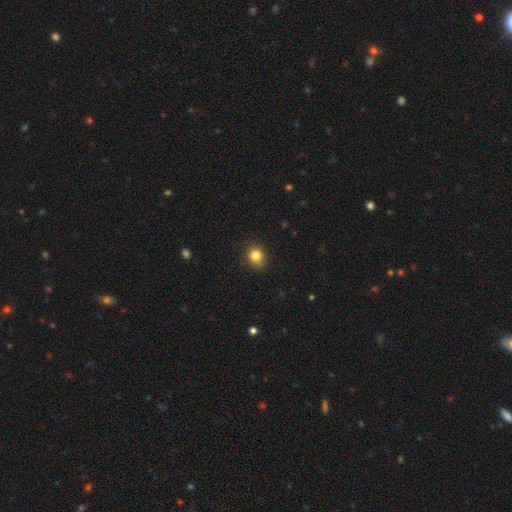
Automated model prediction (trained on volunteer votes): Overall: smooth (84%). How rounded: round (72%). Merging: none (84%).